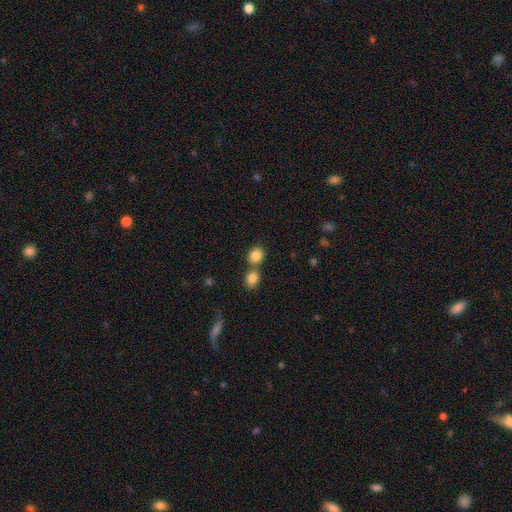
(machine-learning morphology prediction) smooth-or-featured: smooth: 84% | star or artifact: 9% | featured or disk: 6%
  how-rounded: round: 67% | in between: 32% | cigar-shaped: 1%
  merging: none: 50% | merger: 40% | minor disturbance: 8% | major disturbance: 3%